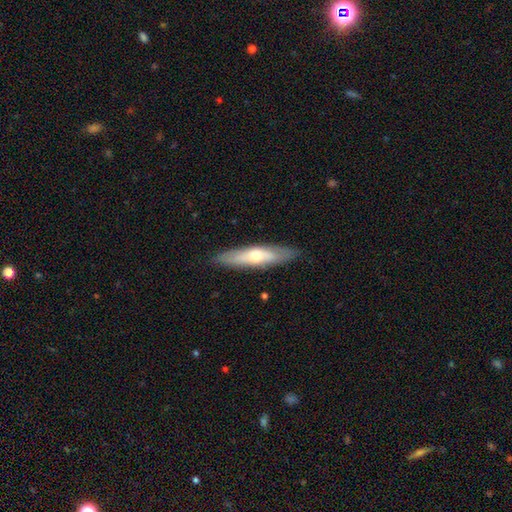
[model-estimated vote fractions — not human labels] A smooth galaxy with no disk features (49%).

Vote fractions:
- Smooth or featured? smooth: 49% / featured or disk: 46% / star or artifact: 6%
- Merging? none: 87% / minor disturbance: 10% / major disturbance: 2% / merger: 1%